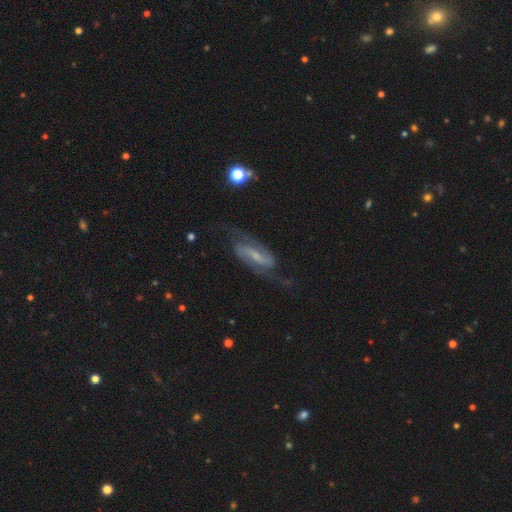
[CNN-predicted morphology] This appears to be a featured or disk galaxy (86%) with a strong bar (42%), 2 (91%) medium (49%) spiral arms (96%) and a small central bulge (58%). Merging: none (73%).